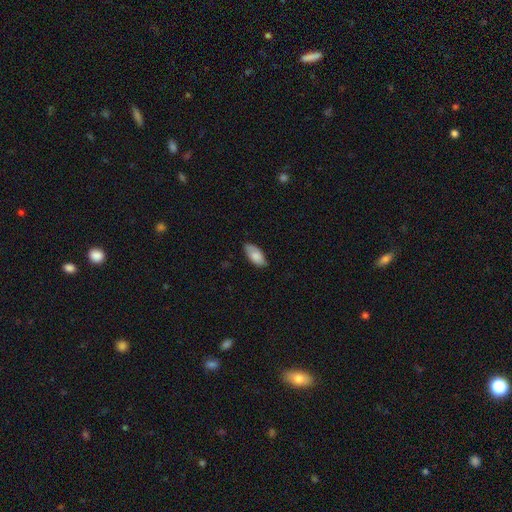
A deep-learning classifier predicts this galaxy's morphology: Smooth or featured? Predicted: smooth (p=0.78). How rounded? Predicted: in between (p=0.92). Merging? Predicted: none (p=0.78).